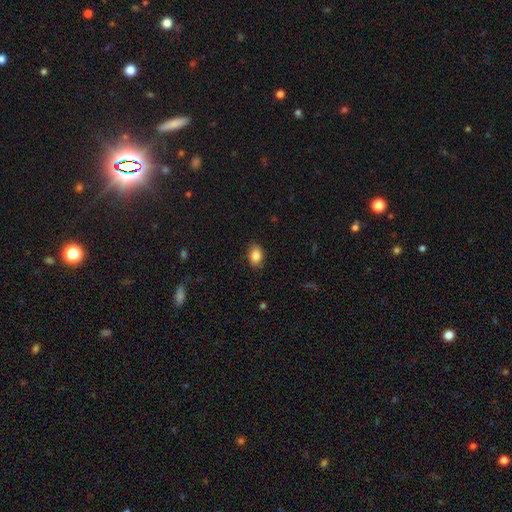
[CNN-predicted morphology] This is clearly a smooth galaxy (87%). How rounded: likely in between (76%). Merging: clearly none (85%).